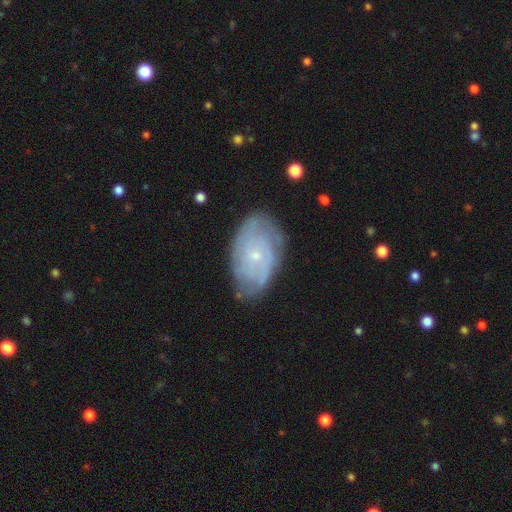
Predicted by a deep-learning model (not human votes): Smooth or featured? Predicted: featured or disk (p=0.73). Edge-on disk? Predicted: no (p=0.95). Bar? Predicted: no (p=0.79). Spiral arms? Predicted: yes (p=0.87). Spiral winding? Predicted: tight (p=0.66). Spiral arm count? Predicted: can't tell (p=0.49). Bulge size? Predicted: small (p=0.81). Merging? Predicted: none (p=0.74).